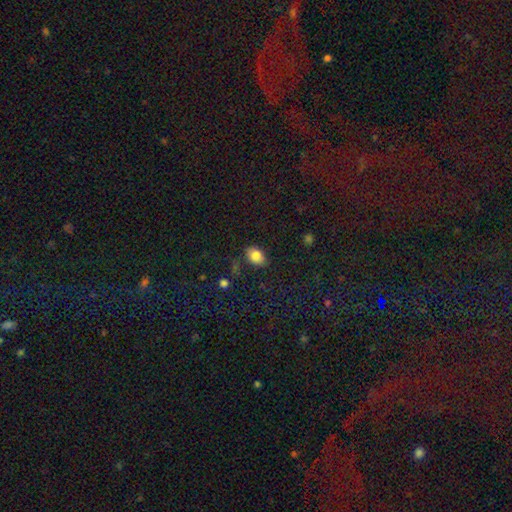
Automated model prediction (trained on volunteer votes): The model was most divided on "how rounded": in between: 81%, round: 17%, cigar-shaped: 1%. More confident: smooth or featured — smooth (82%); merging — none (81%).